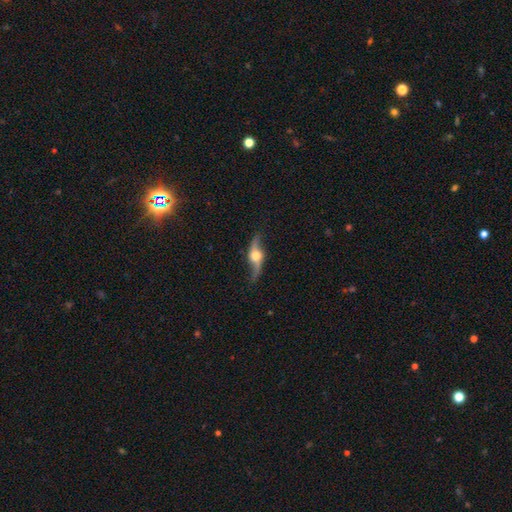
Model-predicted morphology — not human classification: Overall: featured or disk (82%). Edge-on disk: no (57%; yes 43%). Merging: none (76%).